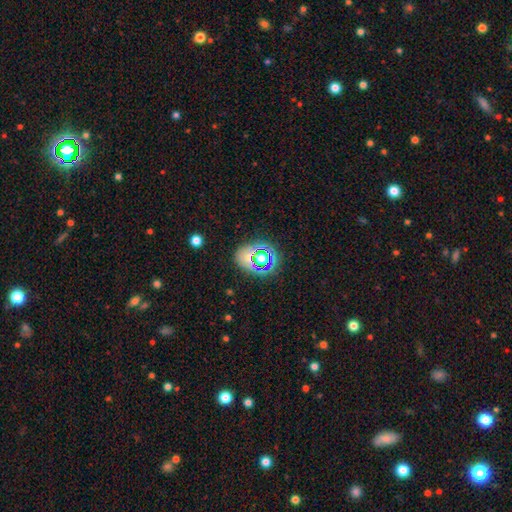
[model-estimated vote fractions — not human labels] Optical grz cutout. It shows a smooth galaxy with no disk features (54%) that is round (55%). Merging: none (76%).